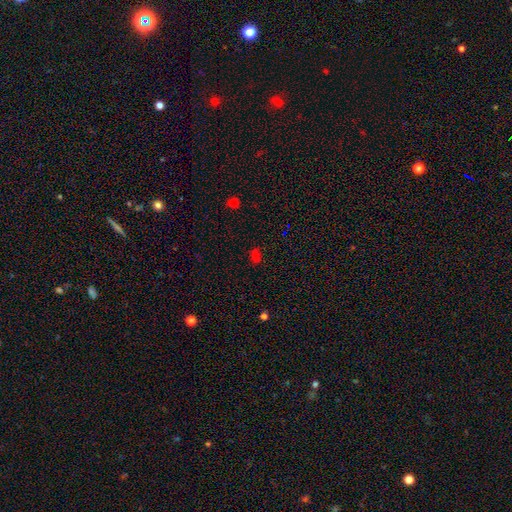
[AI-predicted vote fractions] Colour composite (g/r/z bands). It shows a smooth galaxy with no disk features (63%) that is in between round and cigar-shaped (72%). Merging: none (77%).